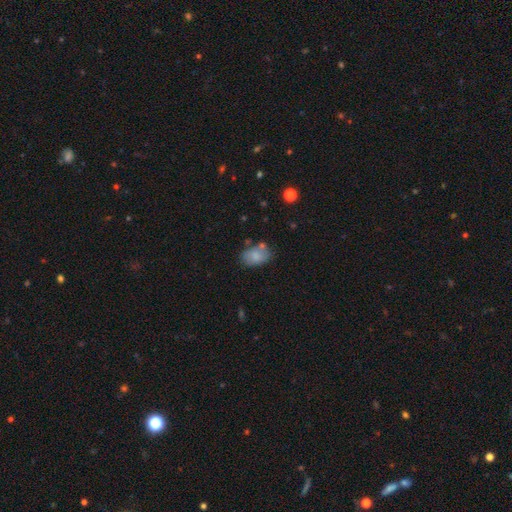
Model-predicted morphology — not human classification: Smooth or featured? Predicted: smooth (p=0.80). How rounded? Predicted: in between (p=0.86). Merging? Predicted: none (p=0.62).